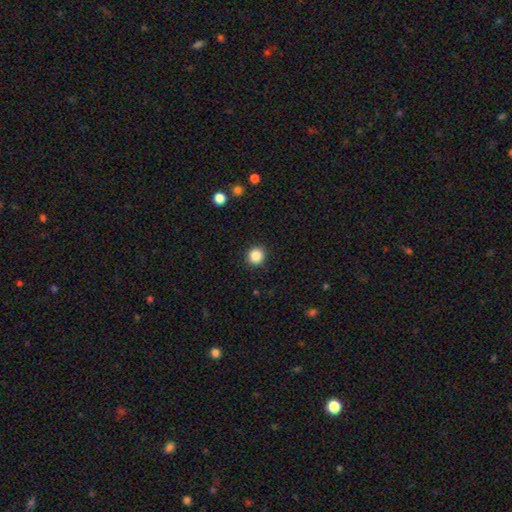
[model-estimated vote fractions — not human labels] Smooth or featured?
  - smooth: 87% *
  - star or artifact: 10%
  - featured or disk: 3%
How rounded?
  - round: 92% *
  - in between: 7%
  - cigar-shaped: 1%
Merging?
  - none: 92% *
  - minor disturbance: 5%
  - major disturbance: 2%
  - merger: 1%